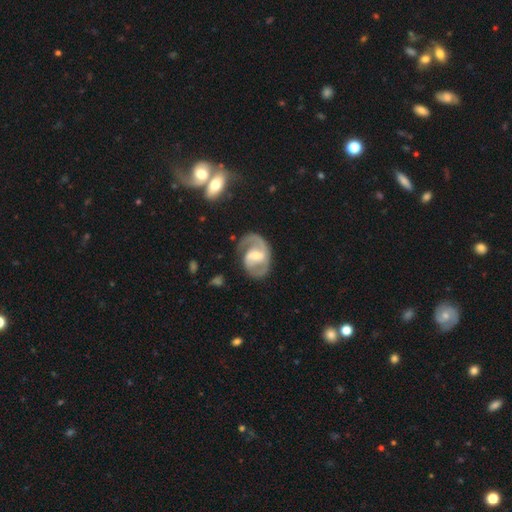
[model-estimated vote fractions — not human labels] Smooth or featured: featured or disk — 85% (smooth — 10%)
Edge-on disk: no — 97% (yes — 3%)
Bar: weak — 50% (strong — 29%)
Spiral arms: yes — 94% (no — 6%)
Spiral winding: medium — 54% (tight — 25%)
Spiral arm count: 2 — 80% (1 — 12%)
Bulge size: moderate — 51% (small — 41%)
Merging: none — 66% (minor disturbance — 19%)